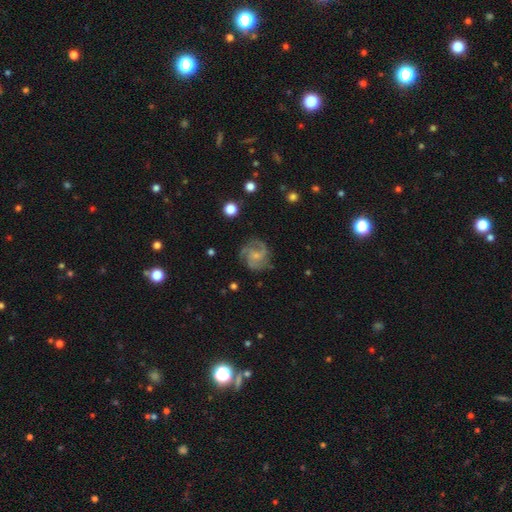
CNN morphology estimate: The model was most divided on "spiral winding": medium: 52%, tight: 34%, loose: 14%. More confident: edge-on disk — no (98%); spiral arms — yes (97%); smooth or featured — featured or disk (84%); merging — none (75%); bulge size — small (69%); bar — no (67%); spiral arm count — 3 (50%).